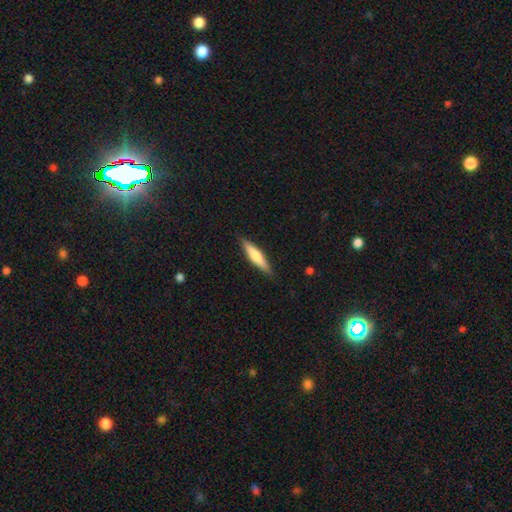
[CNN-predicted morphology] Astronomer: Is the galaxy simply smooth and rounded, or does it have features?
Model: smooth — 58% (runner-up: featured or disk, 36%).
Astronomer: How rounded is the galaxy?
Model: cigar-shaped — 82%.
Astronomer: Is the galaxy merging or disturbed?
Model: none — 88%.